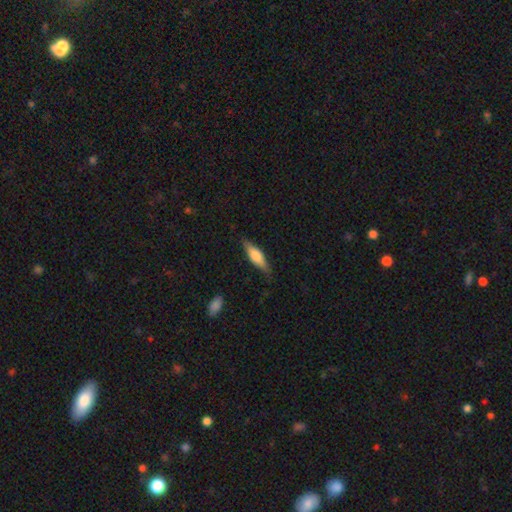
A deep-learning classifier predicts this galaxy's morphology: Smooth or featured: smooth — 55% (featured or disk — 39%)
How rounded: cigar-shaped — 60% (in between — 37%)
Merging: none — 82% (minor disturbance — 14%)